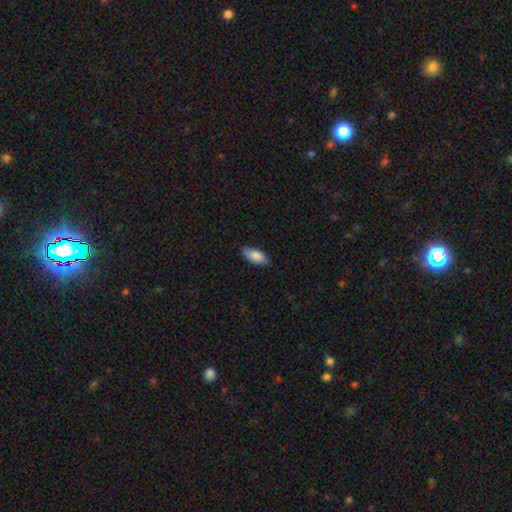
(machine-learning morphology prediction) Smooth or featured: smooth — 85% (featured or disk — 9%)
How rounded: in between — 86% (cigar-shaped — 12%)
Merging: none — 85% (minor disturbance — 12%)